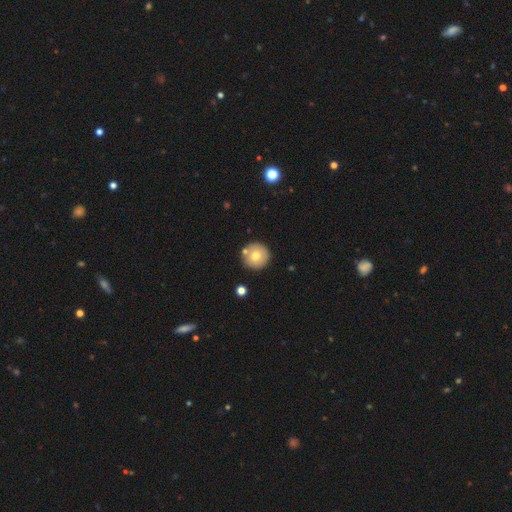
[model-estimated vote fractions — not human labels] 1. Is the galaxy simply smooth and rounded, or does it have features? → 71% smooth, 20% featured or disk, 9% star or artifact.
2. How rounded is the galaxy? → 95% round, 4% in between, 1% cigar-shaped.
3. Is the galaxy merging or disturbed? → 80% none, 9% minor disturbance, 8% merger, 2% major disturbance.